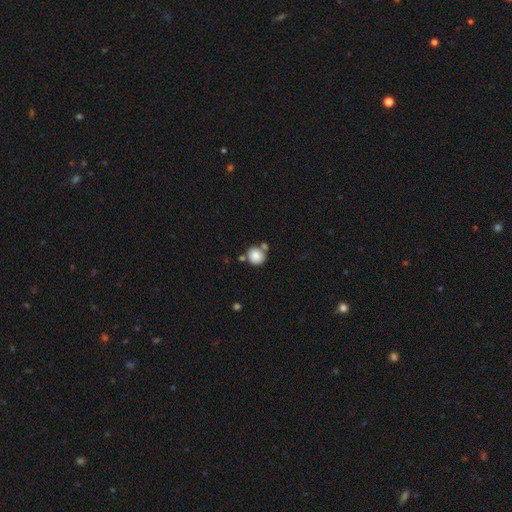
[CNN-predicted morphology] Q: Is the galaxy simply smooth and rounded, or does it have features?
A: smooth — 85%.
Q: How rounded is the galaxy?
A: round — 88%.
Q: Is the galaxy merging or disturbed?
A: none — 63%.